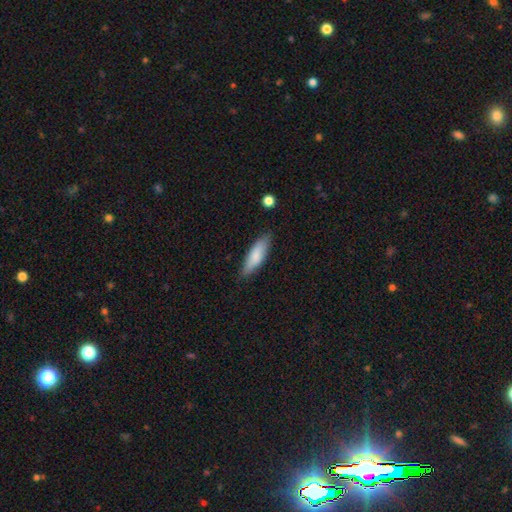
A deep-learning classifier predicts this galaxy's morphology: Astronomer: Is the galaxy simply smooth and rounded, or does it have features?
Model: smooth — 78%.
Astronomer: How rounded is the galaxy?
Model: in between — 50% (runner-up: cigar-shaped, 49%).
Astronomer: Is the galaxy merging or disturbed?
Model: none — 80%.